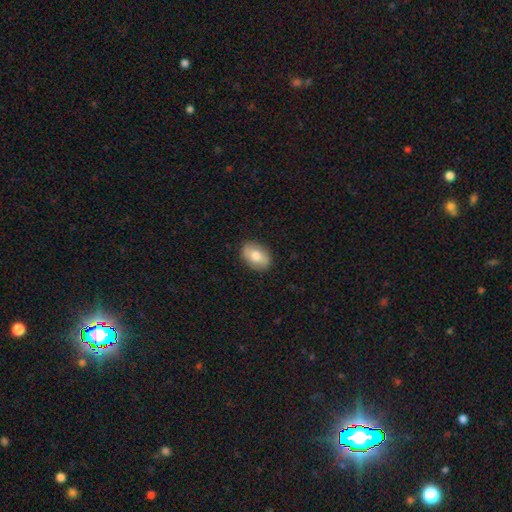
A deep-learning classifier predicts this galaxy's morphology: This appears to be a smooth galaxy with no disk features (74%) that is in between round and cigar-shaped (85%). Merging: none (87%).